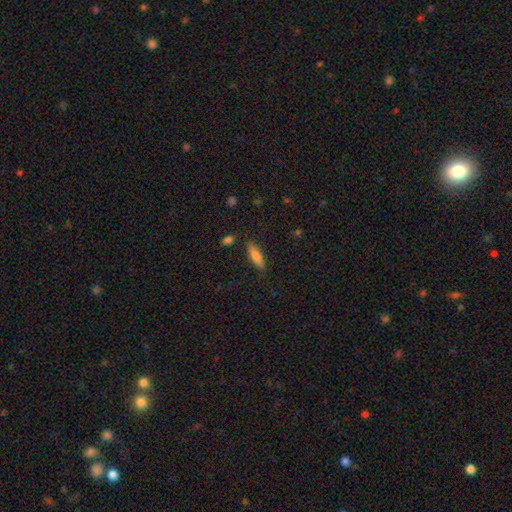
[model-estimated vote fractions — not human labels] Morphology: type=smooth (76%); roundness=cigar-shaped (57%); merging=none (84%).